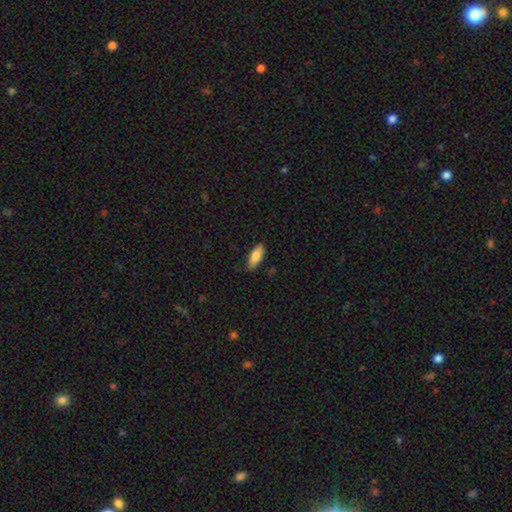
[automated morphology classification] This is clearly a smooth galaxy (83%). How rounded: likely in between (75%). Merging: clearly none (80%).